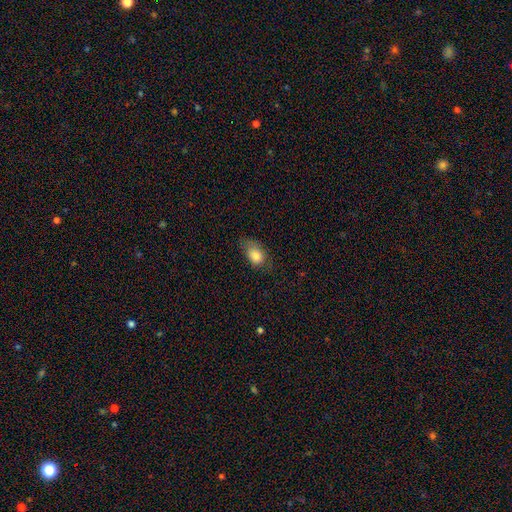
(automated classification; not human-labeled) Smooth or featured? Predicted: smooth (p=0.81). How rounded? Predicted: in between (p=0.78). Merging? Predicted: none (p=0.53).